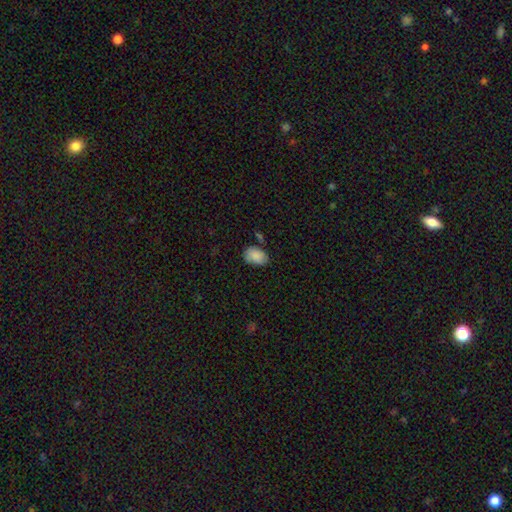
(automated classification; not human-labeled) A smooth galaxy with no disk features (87%) that is in between round and cigar-shaped (83%).

Vote fractions:
- Smooth or featured? smooth: 87% / star or artifact: 7% / featured or disk: 6%
- How rounded? in between: 83% / round: 16% / cigar-shaped: 1%
- Merging? none: 70% / minor disturbance: 21% / merger: 5% / major disturbance: 4%